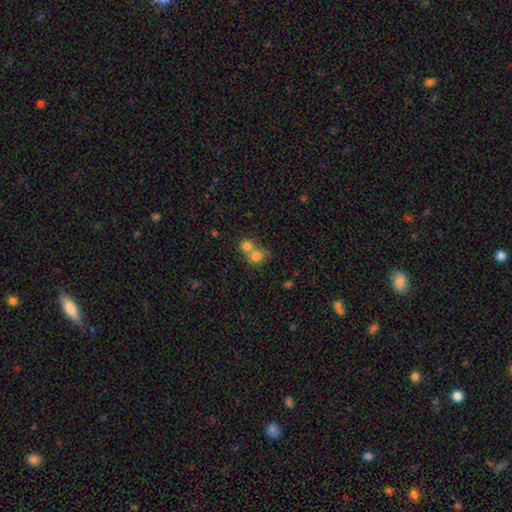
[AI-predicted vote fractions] Q: Smooth or featured?
A: smooth (77%); runner-up: star or artifact (12%)
Q: How rounded?
A: round (82%); runner-up: in between (17%)
Q: Merging?
A: merger (57%); runner-up: none (35%)